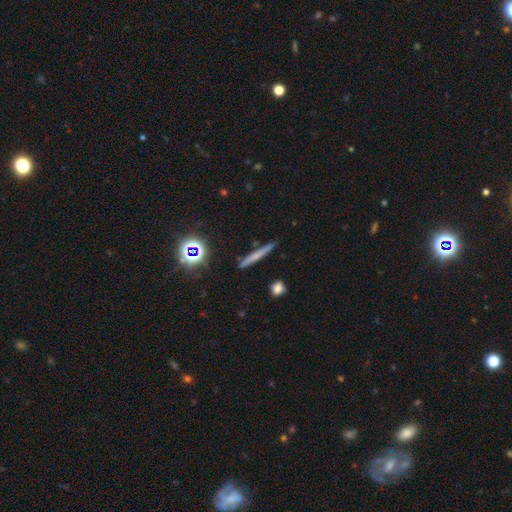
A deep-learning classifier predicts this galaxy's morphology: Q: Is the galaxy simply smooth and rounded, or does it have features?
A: smooth — 53%.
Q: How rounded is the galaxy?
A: cigar-shaped — 92%.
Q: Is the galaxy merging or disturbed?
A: none — 86%.